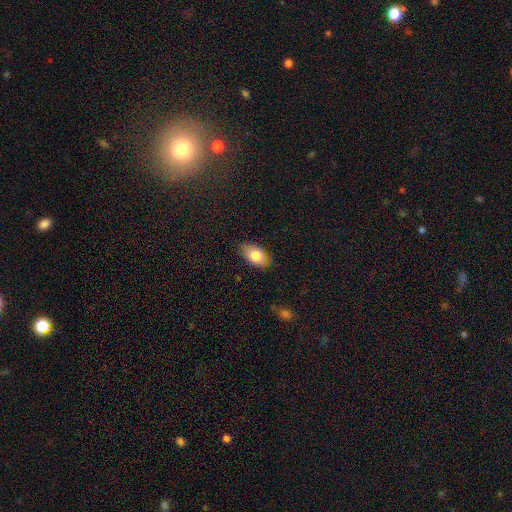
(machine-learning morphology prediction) The model was most divided on "merging": none: 77%, minor disturbance: 19%, major disturbance: 3%, merger: 1%. More confident: how rounded — in between (91%); smooth or featured — smooth (80%).